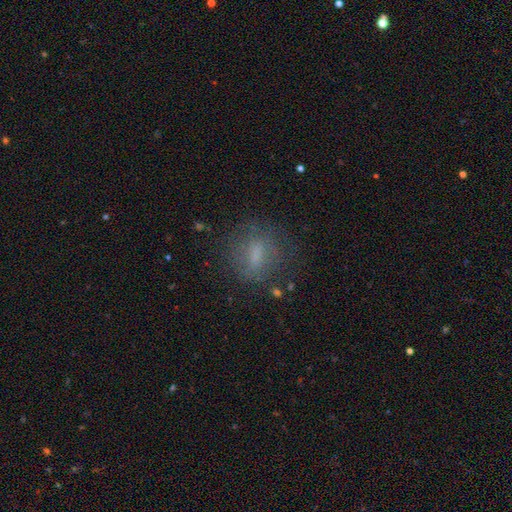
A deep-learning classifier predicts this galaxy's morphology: A smooth galaxy with no disk features (61%) that is in between round and cigar-shaped (49%).

Vote fractions:
- Smooth or featured? smooth: 61% / featured or disk: 25% / star or artifact: 14%
- How rounded? in between: 49% / round: 38% / cigar-shaped: 13%
- Merging? none: 70% / minor disturbance: 17% / major disturbance: 11% / merger: 3%